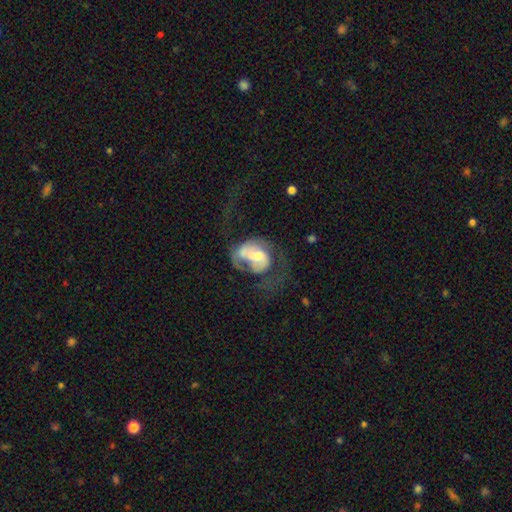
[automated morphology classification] This appears to be a featured or disk galaxy (66%) with no bar (58%), spiral arms (66%) and a moderate central bulge (44%). Merging: major disturbance (40%).